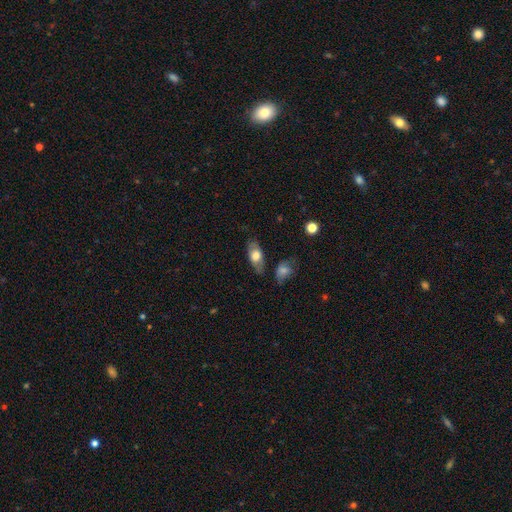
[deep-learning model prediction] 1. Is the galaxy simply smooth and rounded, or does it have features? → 65% smooth, 28% featured or disk, 7% star or artifact.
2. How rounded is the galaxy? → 86% in between, 9% cigar-shaped, 5% round.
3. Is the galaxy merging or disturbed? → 75% none, 17% minor disturbance, 5% major disturbance, 4% merger.